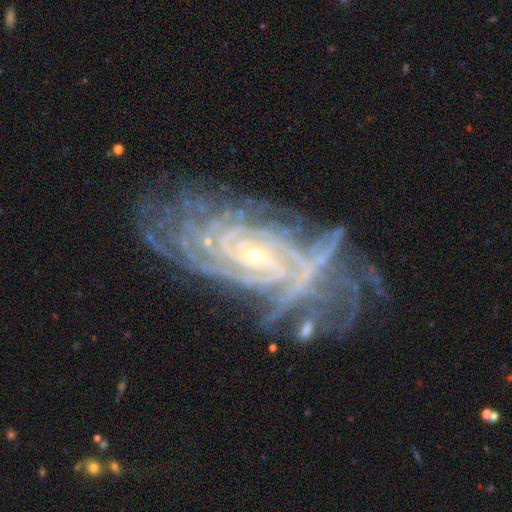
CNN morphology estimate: Q: Smooth or featured?
A: featured or disk (90%); runner-up: star or artifact (6%)
Q: Edge-on disk?
A: no (95%); runner-up: yes (5%)
Q: Bar?
A: no (50%); runner-up: weak (34%)
Q: Spiral arms?
A: yes (98%); runner-up: no (2%)
Q: Spiral winding?
A: tight (76%); runner-up: medium (20%)
Q: Spiral arm count?
A: can't tell (25%); runner-up: more than 4 (24%)
Q: Bulge size?
A: small (81%); runner-up: moderate (15%)
Q: Merging?
A: none (58%); runner-up: minor disturbance (22%)